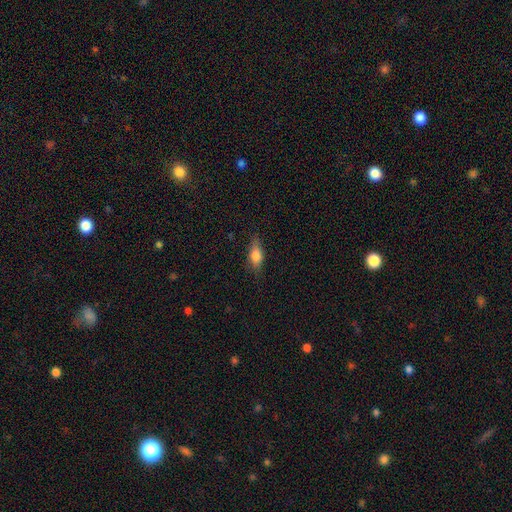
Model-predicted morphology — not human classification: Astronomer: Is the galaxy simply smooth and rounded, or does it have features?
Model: smooth — 71%.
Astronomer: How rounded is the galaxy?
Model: in between — 74%.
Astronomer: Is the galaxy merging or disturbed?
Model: none — 76%.